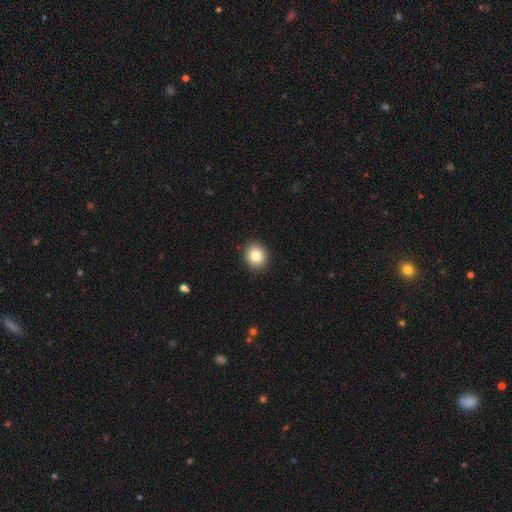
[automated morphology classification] smooth_or_featured: smooth (p=0.82) [alt: star or artifact p=0.10]
how_rounded: round (p=0.84) [alt: in between p=0.15]
merging: none (p=0.91) [alt: minor disturbance p=0.06]